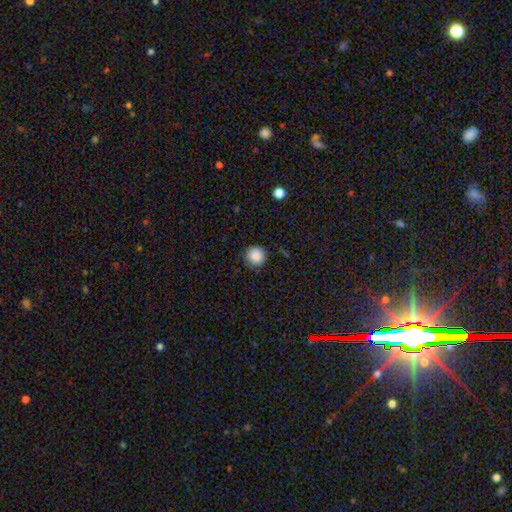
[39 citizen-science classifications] Overall: smooth (92%). How rounded: round (94%). Merging: none (86%).